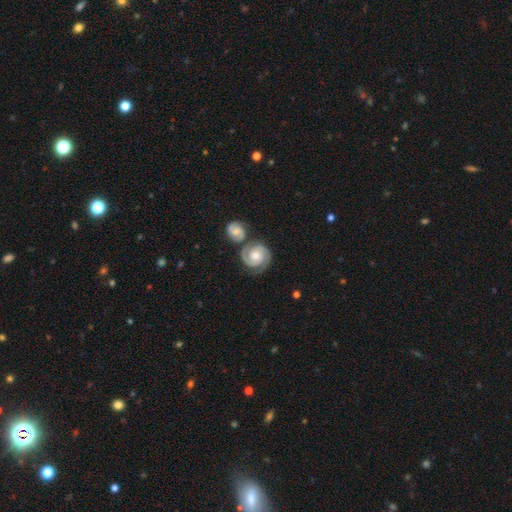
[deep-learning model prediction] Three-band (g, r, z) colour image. It shows a featured or disk galaxy (83%) with no bar (72%), 2 (86%) tight (68%) spiral arms (97%) and a moderate central bulge (63%). Merging: none (61%).